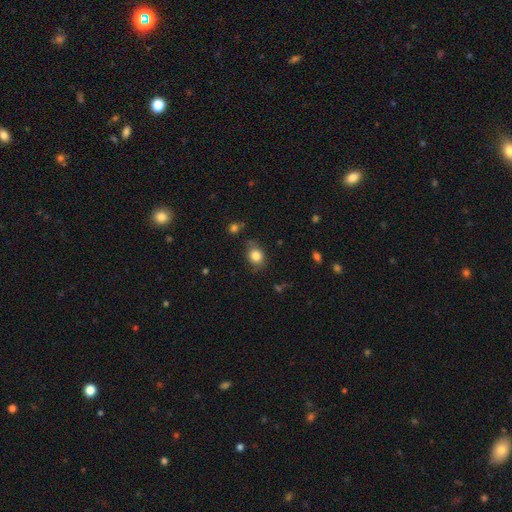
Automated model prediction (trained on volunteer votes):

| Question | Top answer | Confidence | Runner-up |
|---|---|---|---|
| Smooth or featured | smooth | 83% | star or artifact (10%) |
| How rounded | round | 58% | in between (41%) |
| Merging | none | 73% | minor disturbance (19%) |